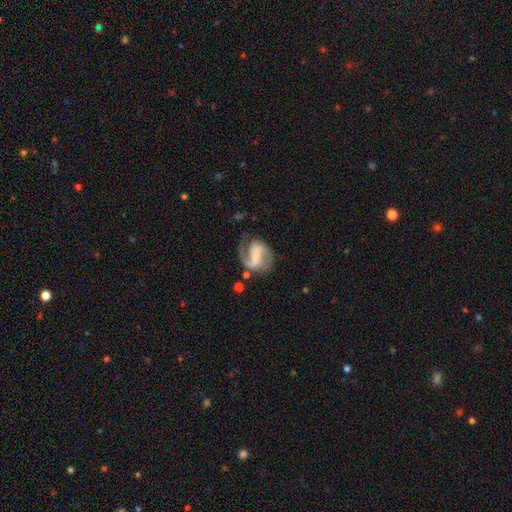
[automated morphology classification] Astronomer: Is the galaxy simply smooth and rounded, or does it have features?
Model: featured or disk — 86%.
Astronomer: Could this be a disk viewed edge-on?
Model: no — 98%.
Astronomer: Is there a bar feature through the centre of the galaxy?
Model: weak — 43% (runner-up: strong, 35%).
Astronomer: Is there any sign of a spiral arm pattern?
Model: yes — 96%.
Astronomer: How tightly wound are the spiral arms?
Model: medium — 51% (runner-up: loose, 31%).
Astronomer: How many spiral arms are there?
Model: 2 — 81%.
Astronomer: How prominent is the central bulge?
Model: small — 44% (runner-up: none, 27%).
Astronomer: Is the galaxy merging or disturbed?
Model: none — 63%.